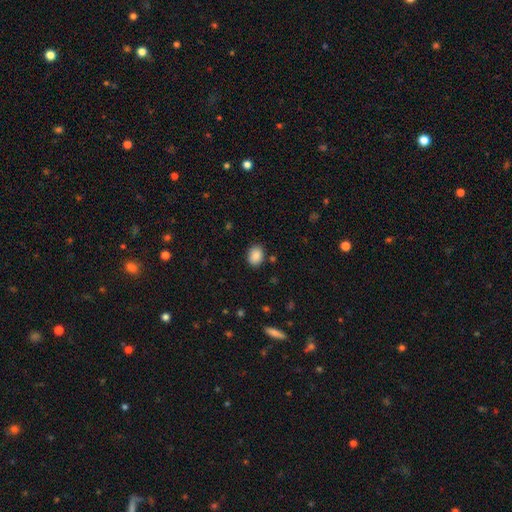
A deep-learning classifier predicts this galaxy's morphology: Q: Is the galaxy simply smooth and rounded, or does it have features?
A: smooth — 88%.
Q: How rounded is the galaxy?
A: in between — 66%.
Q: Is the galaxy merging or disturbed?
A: none — 86%.